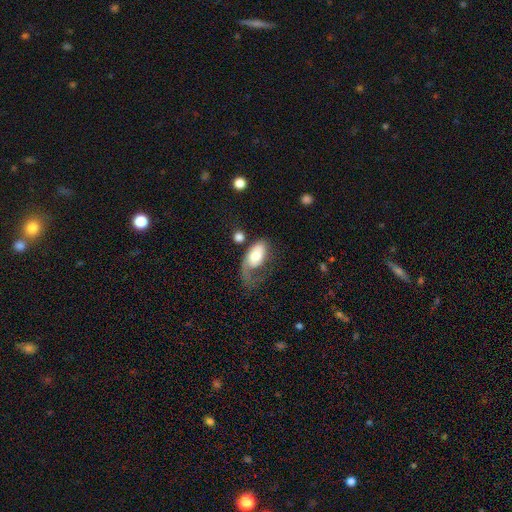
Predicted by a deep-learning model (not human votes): Smooth or featured: smooth — 54% (featured or disk — 40%)
How rounded: in between — 91% (round — 6%)
Merging: major disturbance — 50% (none — 23%)